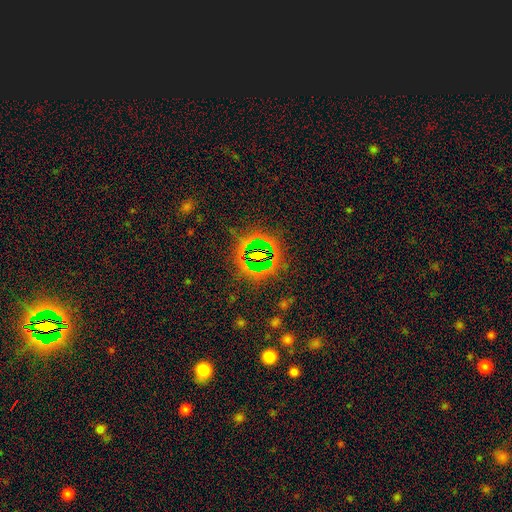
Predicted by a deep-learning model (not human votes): A star or artifact, not a galaxy (78%).

Vote fractions:
- Smooth or featured? star or artifact: 78% / smooth: 13% / featured or disk: 10%